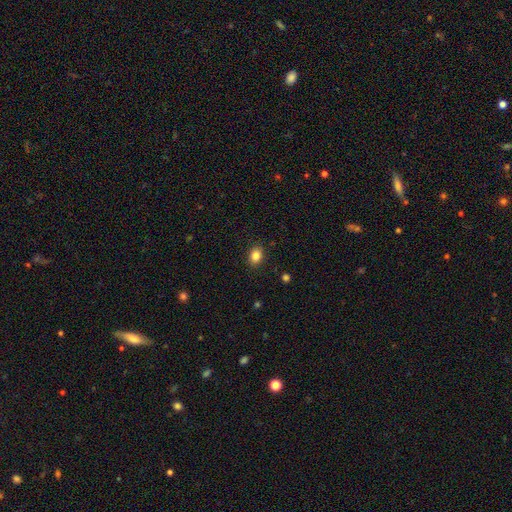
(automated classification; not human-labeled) A smooth galaxy with no disk features (85%) that is in between round and cigar-shaped (70%).

Vote fractions:
- Smooth or featured? smooth: 85% / star or artifact: 10% / featured or disk: 5%
- How rounded? in between: 70% / round: 29% / cigar-shaped: 1%
- Merging? none: 89% / minor disturbance: 8% / major disturbance: 2% / merger: 1%